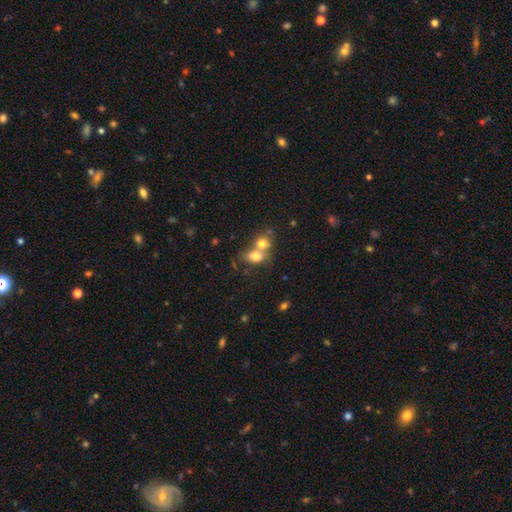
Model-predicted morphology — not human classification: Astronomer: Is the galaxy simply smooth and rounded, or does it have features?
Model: smooth — 74%.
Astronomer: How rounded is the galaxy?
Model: in between — 53% (runner-up: round, 46%).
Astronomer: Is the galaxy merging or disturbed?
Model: merger — 67%.